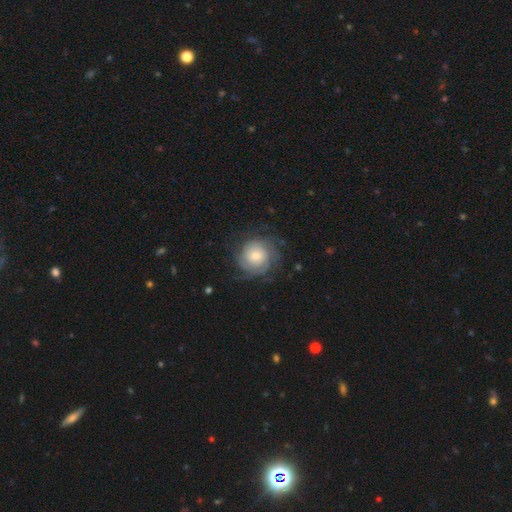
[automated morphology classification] The model was most divided on "bulge size": moderate: 42%, small: 40%, large: 13%, none: 3%, dominant: 2%. More confident: edge-on disk — no (98%); spiral arms — yes (89%); bar — no (77%); merging — none (72%); smooth or featured — featured or disk (58%).